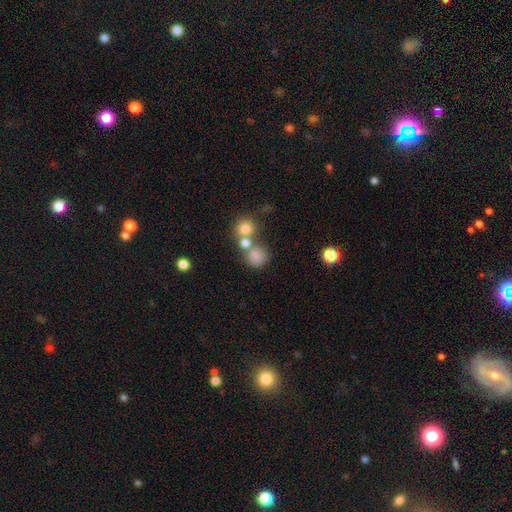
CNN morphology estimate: This is likely a smooth galaxy (76%). How rounded: likely round (78%). Merging: possibly none (46%).